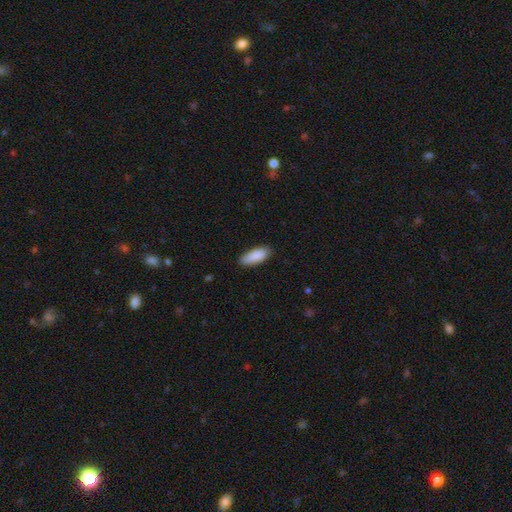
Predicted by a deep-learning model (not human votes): smooth 89%, star or artifact 6%, featured or disk 5%. Down the decision tree: how rounded — in between (75%); merging — none (84%).